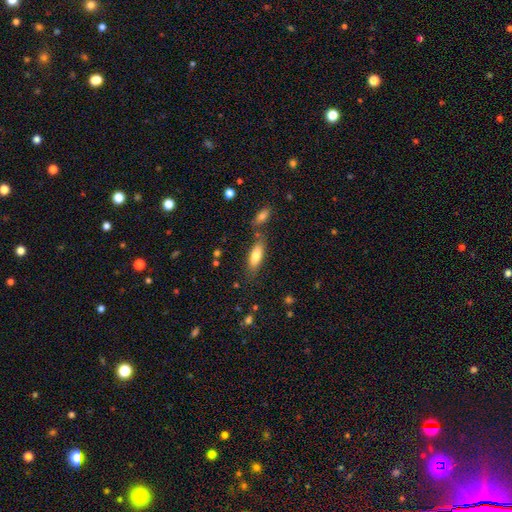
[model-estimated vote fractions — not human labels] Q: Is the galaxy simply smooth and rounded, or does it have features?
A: smooth — 77%.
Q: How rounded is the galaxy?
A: in between — 64%.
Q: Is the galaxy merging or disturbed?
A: none — 72%.